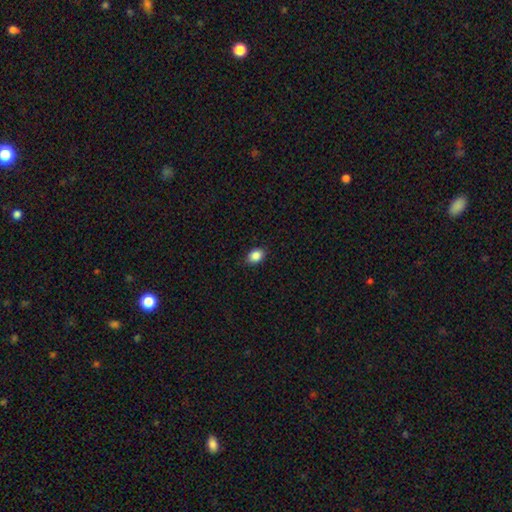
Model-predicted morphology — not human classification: Smooth or featured?
  - smooth: 87% *
  - star or artifact: 9%
  - featured or disk: 4%
How rounded?
  - in between: 70% *
  - round: 29%
  - cigar-shaped: 1%
Merging?
  - none: 85% *
  - minor disturbance: 11%
  - major disturbance: 2%
  - merger: 1%